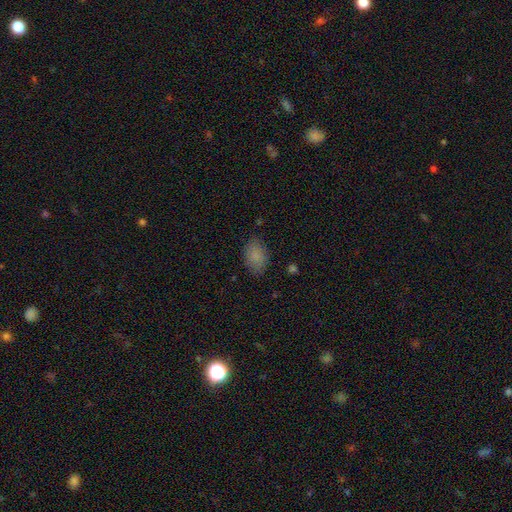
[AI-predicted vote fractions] smooth 85%, star or artifact 9%, featured or disk 6%. Down the decision tree: how rounded — in between (85%); merging — none (81%).